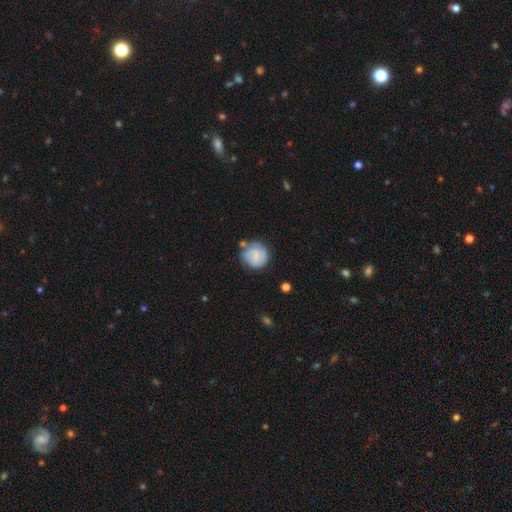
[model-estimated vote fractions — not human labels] Morphology: type=smooth (55%); roundness=round (89%); merging=none (63%).